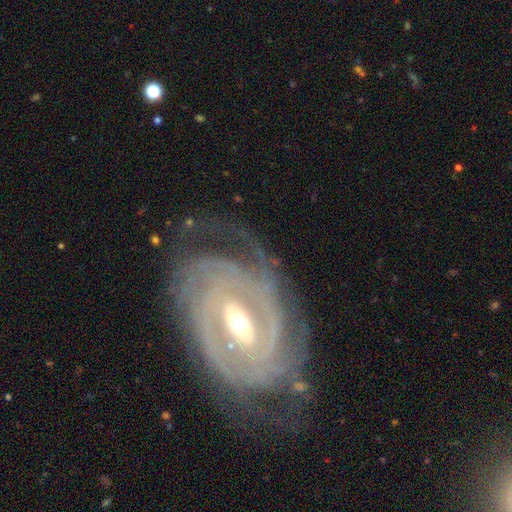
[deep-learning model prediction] Smooth or featured: featured or disk — 91% (star or artifact — 5%)
Edge-on disk: no — 96% (yes — 4%)
Bar: strong — 45% (weak — 39%)
Spiral arms: yes — 97% (no — 3%)
Spiral winding: tight — 76% (medium — 20%)
Spiral arm count: 2 — 28% (can't tell — 25%)
Bulge size: moderate — 54% (small — 42%)
Merging: none — 70% (minor disturbance — 18%)